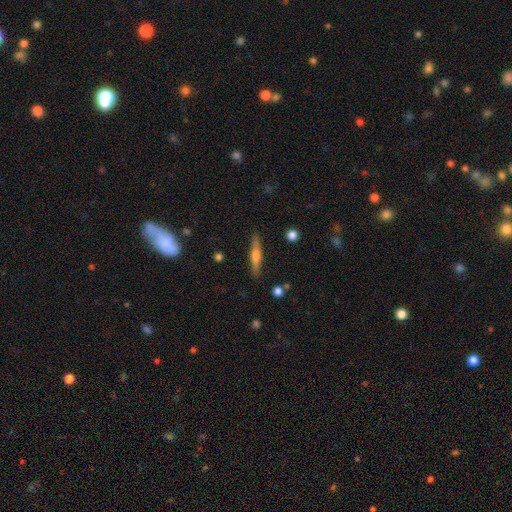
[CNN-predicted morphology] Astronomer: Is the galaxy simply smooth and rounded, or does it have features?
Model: featured or disk — 54% (runner-up: smooth, 40%).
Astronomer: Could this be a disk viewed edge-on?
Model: yes — 96%.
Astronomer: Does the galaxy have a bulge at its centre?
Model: rounded — 84%.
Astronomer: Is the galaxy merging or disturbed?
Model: none — 88%.